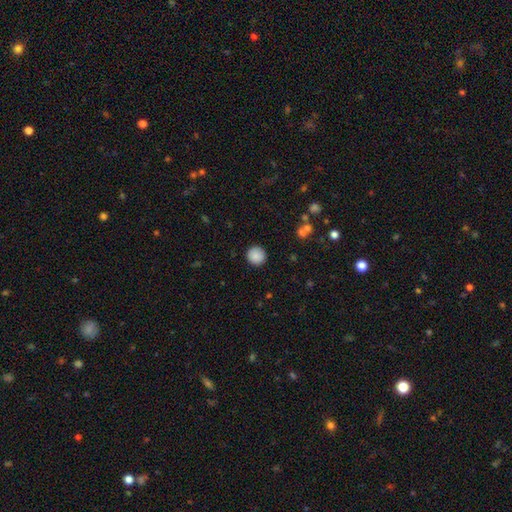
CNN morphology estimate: Smooth or featured? Predicted: smooth (p=0.88). How rounded? Predicted: round (p=0.95). Merging? Predicted: none (p=0.92).